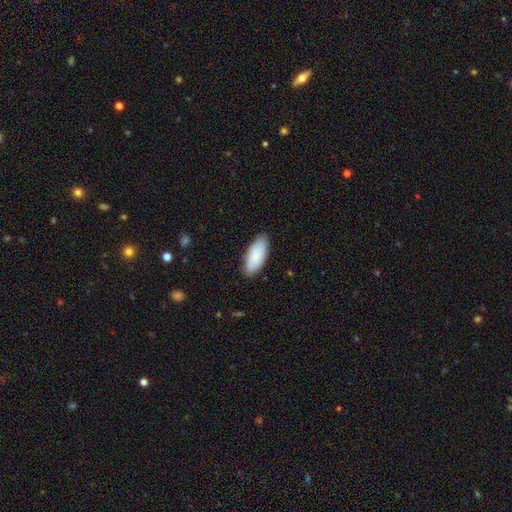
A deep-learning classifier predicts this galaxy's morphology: type=smooth (85%); roundness=in between (85%); merging=none (84%).